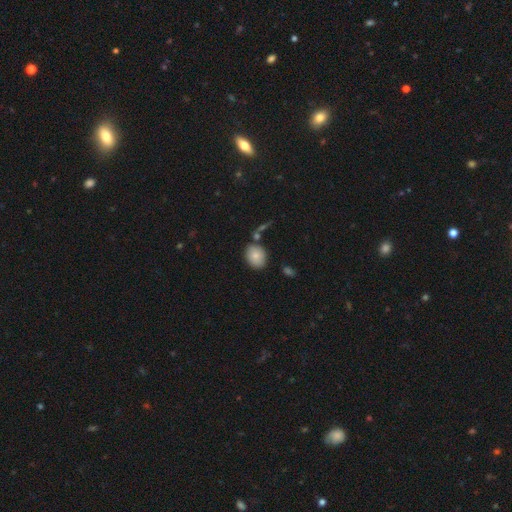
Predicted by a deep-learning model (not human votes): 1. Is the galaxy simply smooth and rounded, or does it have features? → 81% smooth, 11% featured or disk, 8% star or artifact.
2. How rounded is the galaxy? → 52% in between, 47% round, 1% cigar-shaped.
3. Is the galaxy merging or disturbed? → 75% none, 13% minor disturbance, 9% merger, 3% major disturbance.